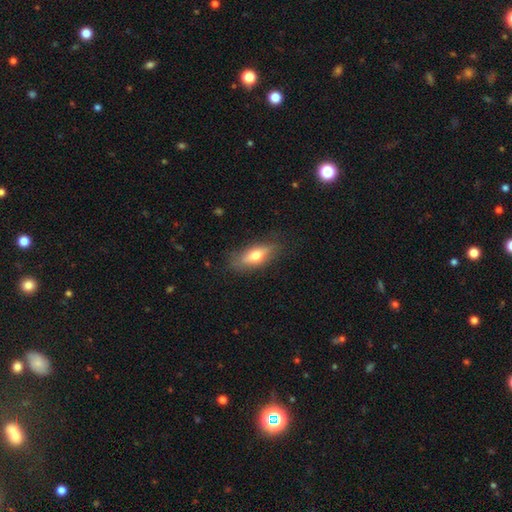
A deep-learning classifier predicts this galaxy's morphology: Smooth or featured: smooth — 61% (featured or disk — 32%)
How rounded: in between — 66% (cigar-shaped — 30%)
Merging: none — 80% (minor disturbance — 15%)